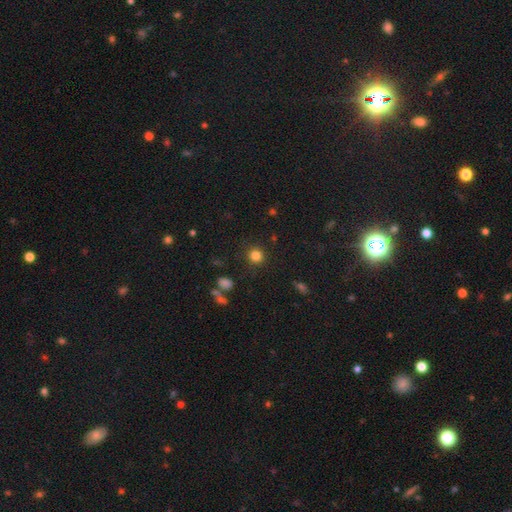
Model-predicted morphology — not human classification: Q: Smooth or featured?
A: smooth (82%); runner-up: star or artifact (13%)
Q: How rounded?
A: round (93%); runner-up: in between (7%)
Q: Merging?
A: none (89%); runner-up: minor disturbance (6%)